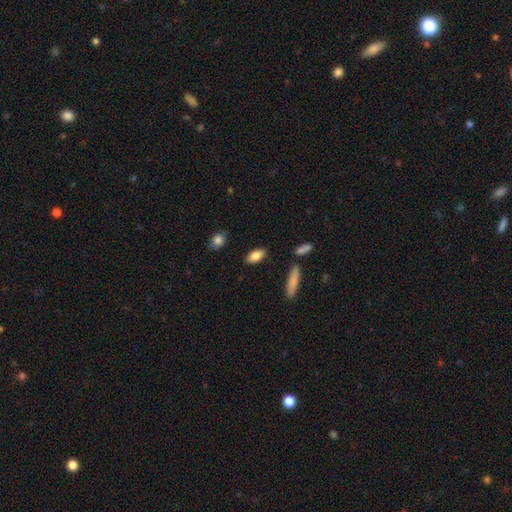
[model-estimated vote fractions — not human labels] Smooth or featured?
  - smooth: 82% *
  - featured or disk: 11%
  - star or artifact: 7%
How rounded?
  - in between: 83% *
  - cigar-shaped: 14%
  - round: 3%
Merging?
  - none: 85% *
  - minor disturbance: 10%
  - merger: 3%
  - major disturbance: 2%